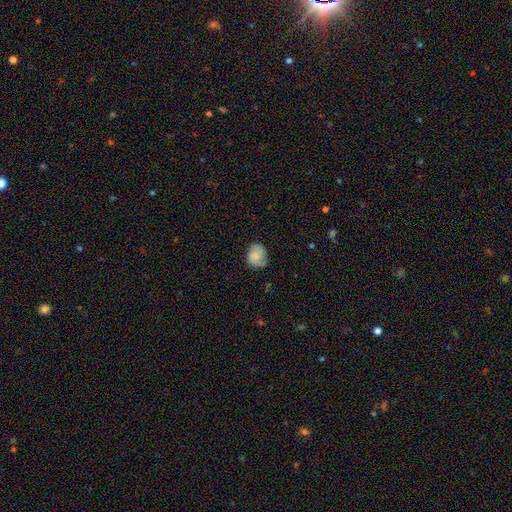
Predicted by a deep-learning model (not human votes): smooth_or_featured: smooth (p=0.66) [alt: featured or disk p=0.25]
how_rounded: round (p=0.59) [alt: in between p=0.40]
merging: none (p=0.65) [alt: minor disturbance p=0.26]